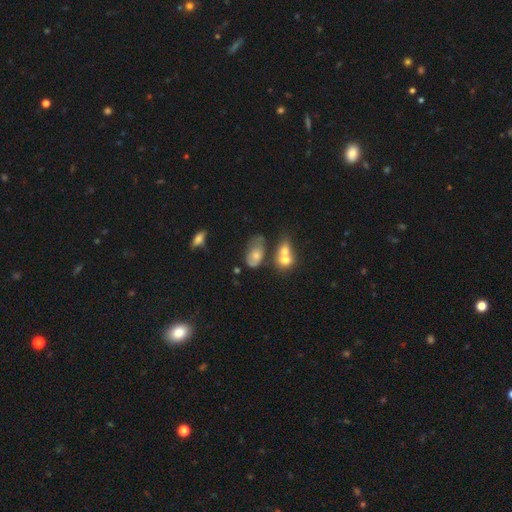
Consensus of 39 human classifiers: Volunteers were most divided on "smooth or featured": smooth: 56%, featured or disk: 36%, star or artifact: 8%. Remaining: how rounded — in between (100%); merging — major disturbance (44%).